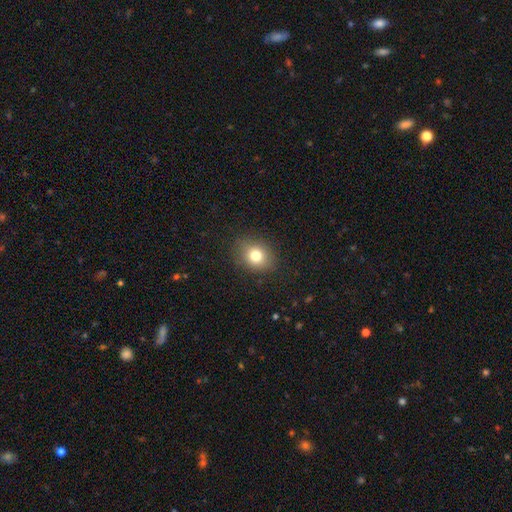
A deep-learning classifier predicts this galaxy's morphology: smooth 78%, star or artifact 12%, featured or disk 10%. Down the decision tree: how rounded — round (55%); merging — none (86%).